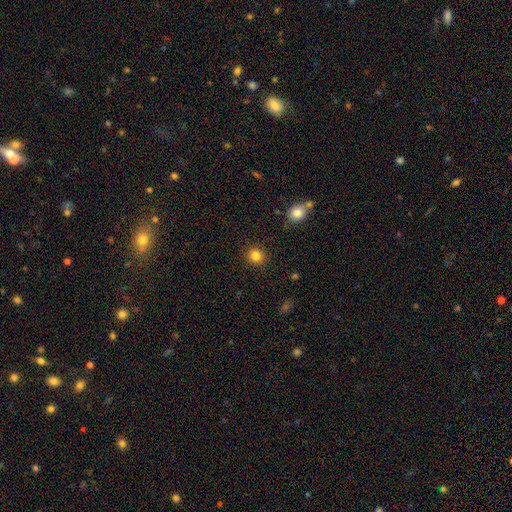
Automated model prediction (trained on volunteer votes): A smooth galaxy with no disk features (84%) that is round (89%).

Vote fractions:
- Smooth or featured? smooth: 84% / star or artifact: 11% / featured or disk: 5%
- How rounded? round: 89% / in between: 10% / cigar-shaped: 1%
- Merging? none: 89% / minor disturbance: 7% / major disturbance: 2% / merger: 1%